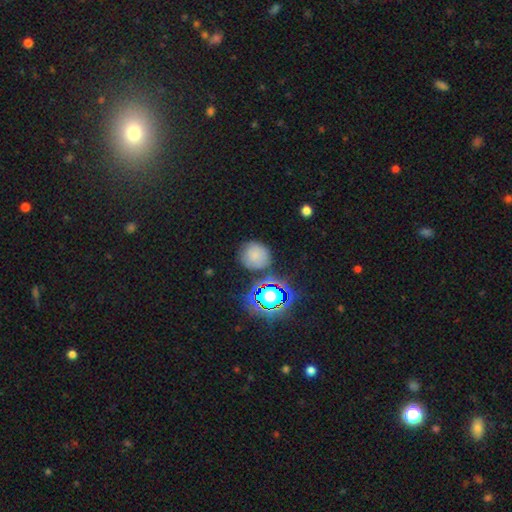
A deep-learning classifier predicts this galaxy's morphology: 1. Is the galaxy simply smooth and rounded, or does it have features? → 67% smooth, 21% star or artifact, 12% featured or disk.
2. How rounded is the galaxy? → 88% round, 11% in between, 1% cigar-shaped.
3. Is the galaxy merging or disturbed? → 76% none, 13% minor disturbance, 7% merger, 4% major disturbance.